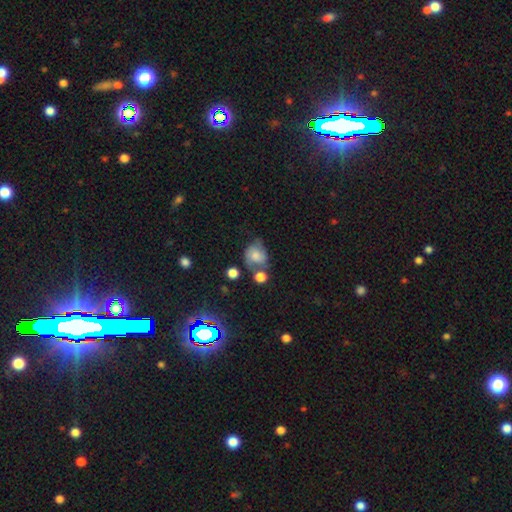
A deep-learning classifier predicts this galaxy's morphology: A smooth galaxy with no disk features (51%) that is round (58%).

Vote fractions:
- Smooth or featured? smooth: 51% / featured or disk: 38% / star or artifact: 12%
- How rounded? round: 58% / in between: 41% / cigar-shaped: 1%
- Merging? none: 38% / minor disturbance: 26% / merger: 21% / major disturbance: 15%